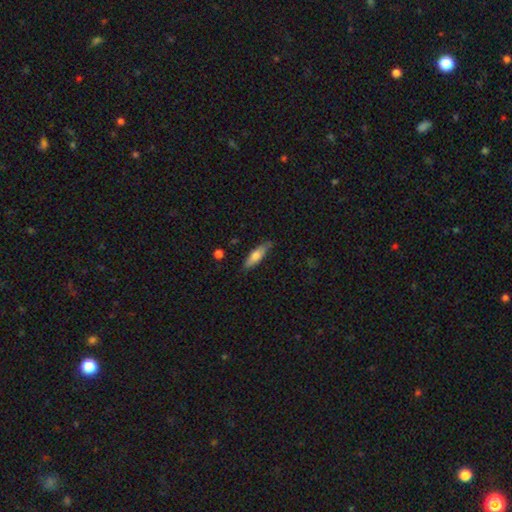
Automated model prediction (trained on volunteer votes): smooth 69%, featured or disk 25%, star or artifact 6%. Down the decision tree: how rounded — cigar-shaped (55%); merging — none (79%).